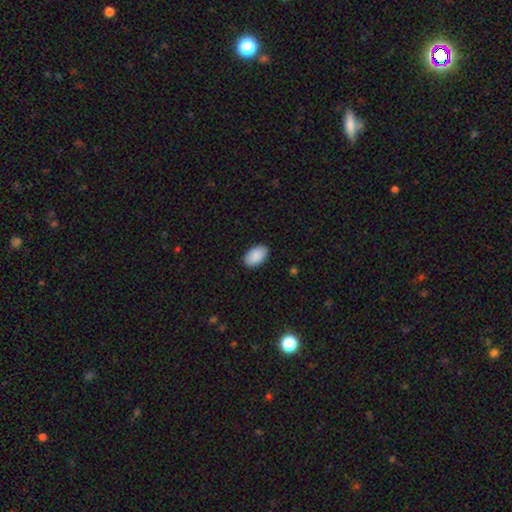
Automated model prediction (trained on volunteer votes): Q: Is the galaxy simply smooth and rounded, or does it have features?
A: smooth — 91%.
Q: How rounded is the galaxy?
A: in between — 94%.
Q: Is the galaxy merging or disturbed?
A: none — 89%.